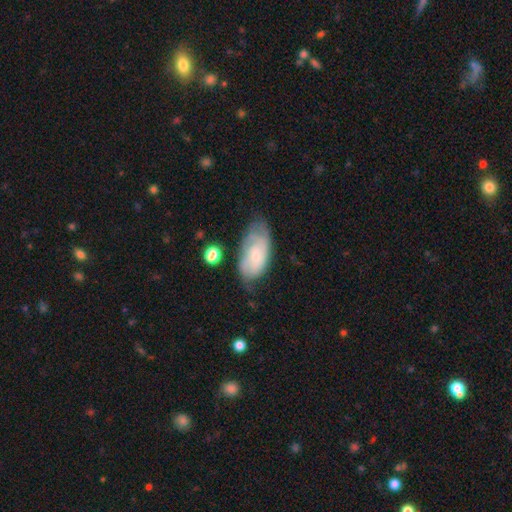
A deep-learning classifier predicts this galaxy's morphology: Q: Smooth or featured?
A: featured or disk (57%); runner-up: smooth (36%)
Q: Edge-on disk?
A: no (94%); runner-up: yes (6%)
Q: Bar?
A: no (70%); runner-up: weak (26%)
Q: Spiral arms?
A: yes (85%); runner-up: no (15%)
Q: Bulge size?
A: small (68%); runner-up: moderate (22%)
Q: Merging?
A: none (57%); runner-up: minor disturbance (29%)